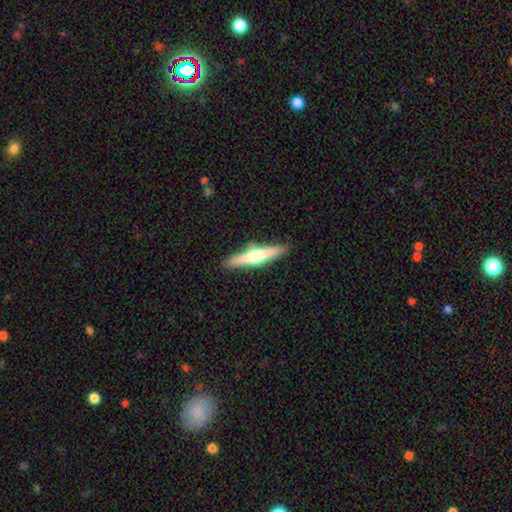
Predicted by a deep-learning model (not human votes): Q: Smooth or featured?
A: featured or disk (63%); runner-up: smooth (32%)
Q: Edge-on disk?
A: yes (97%); runner-up: no (3%)
Q: Edge-on bulge?
A: rounded (92%); runner-up: boxy (4%)
Q: Merging?
A: none (89%); runner-up: minor disturbance (8%)